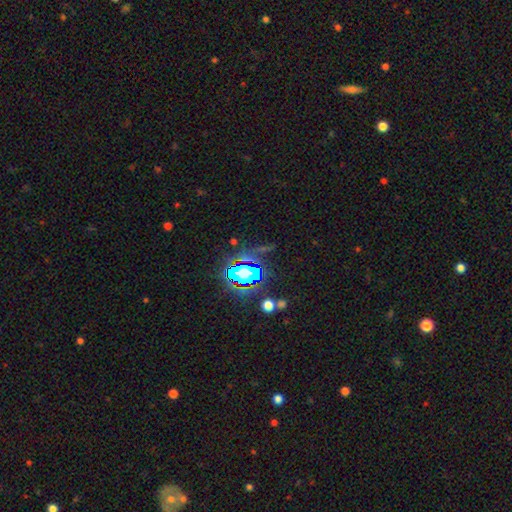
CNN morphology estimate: star or artifact 81%, smooth 11%, featured or disk 8%.